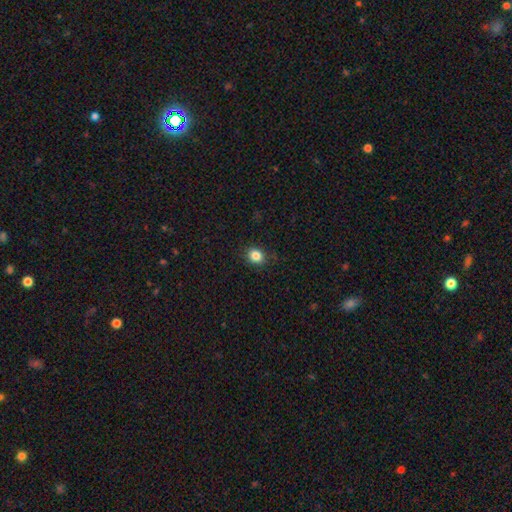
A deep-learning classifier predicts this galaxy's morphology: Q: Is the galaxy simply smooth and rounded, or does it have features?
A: smooth — 84%.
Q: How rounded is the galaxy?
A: round — 70%.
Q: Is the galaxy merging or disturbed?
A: none — 87%.